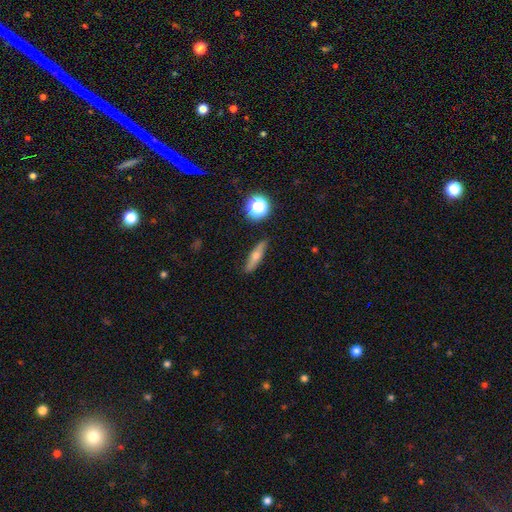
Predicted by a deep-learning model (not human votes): A smooth galaxy with no disk features (47%).

Vote fractions:
- Smooth or featured? smooth: 47% / featured or disk: 43% / star or artifact: 10%
- Merging? none: 88% / minor disturbance: 9% / major disturbance: 2% / merger: 1%